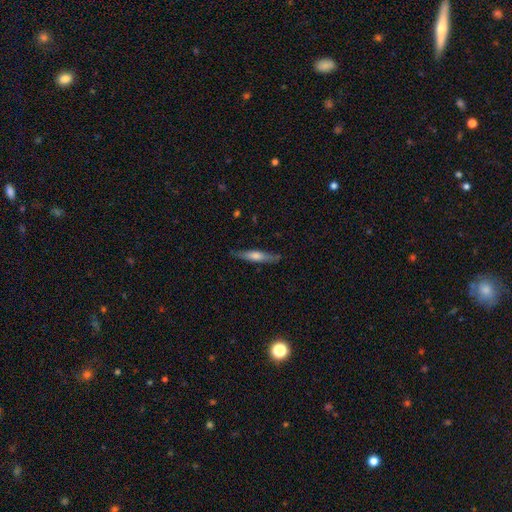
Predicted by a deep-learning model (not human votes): Smooth or featured: featured or disk — 49% (smooth — 45%)
Merging: none — 85% (minor disturbance — 12%)